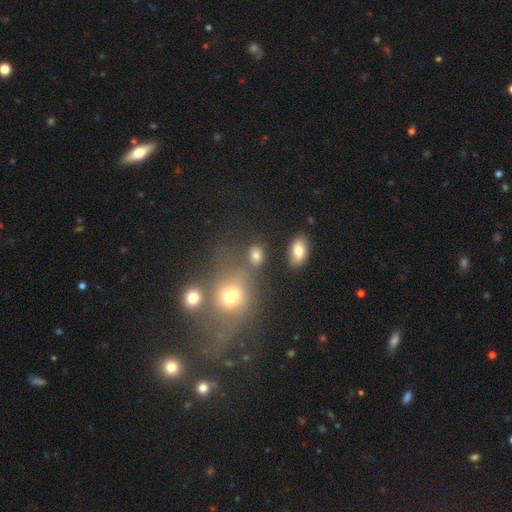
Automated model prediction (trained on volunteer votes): smooth-or-featured: smooth: 73% | star or artifact: 16% | featured or disk: 11%
  how-rounded: in between: 57% | round: 40% | cigar-shaped: 3%
  merging: none: 60% | merger: 18% | minor disturbance: 13% | major disturbance: 9%